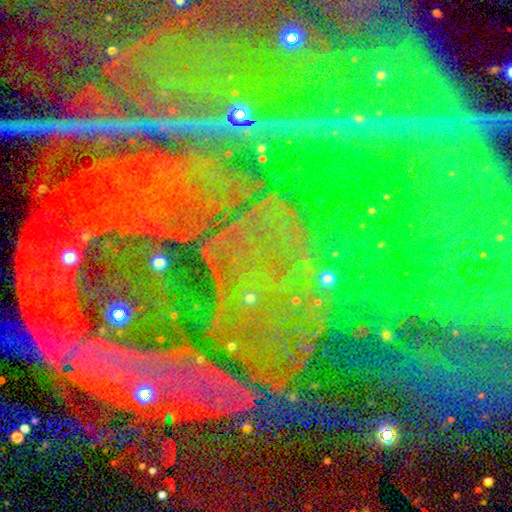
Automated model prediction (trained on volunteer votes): smooth-or-featured: star or artifact: 88% | featured or disk: 6% | smooth: 6%